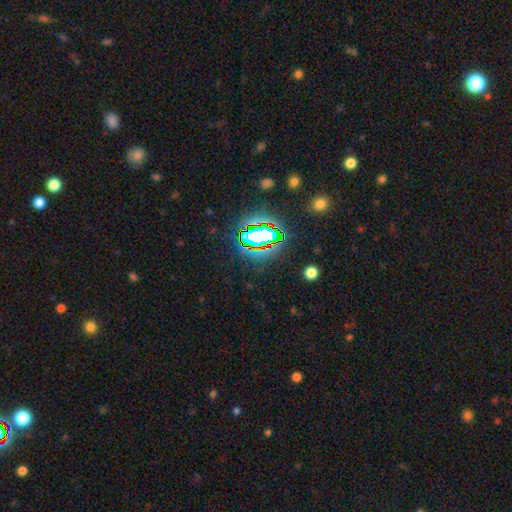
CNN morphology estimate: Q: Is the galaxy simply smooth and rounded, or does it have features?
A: star or artifact — 81%.